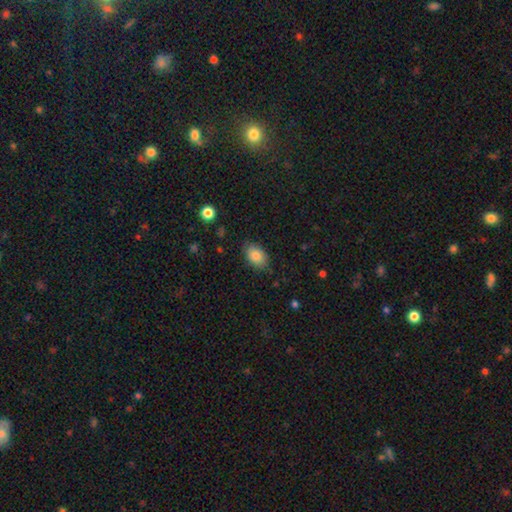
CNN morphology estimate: Smooth or featured? smooth (84%)
How rounded? in between (88%)
Merging? none (82%)